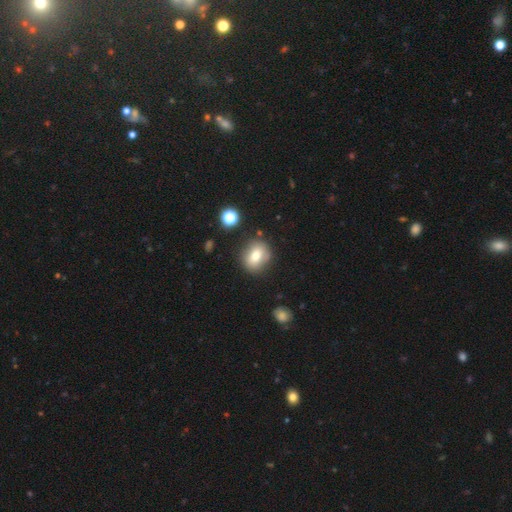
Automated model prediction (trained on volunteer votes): smooth_or_featured: smooth (p=0.75) [alt: featured or disk p=0.14]
how_rounded: round (p=0.62) [alt: in between p=0.37]
merging: none (p=0.78) [alt: minor disturbance p=0.14]